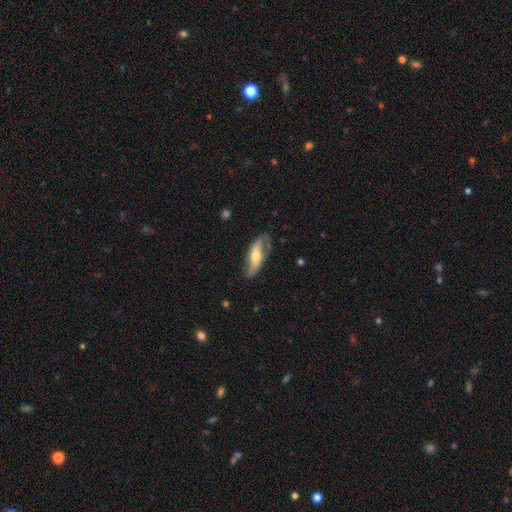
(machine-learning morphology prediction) The model was most divided on "smooth or featured": featured or disk: 63%, smooth: 32%, star or artifact: 6%. More confident: edge-on disk — no (77%); merging — none (64%).